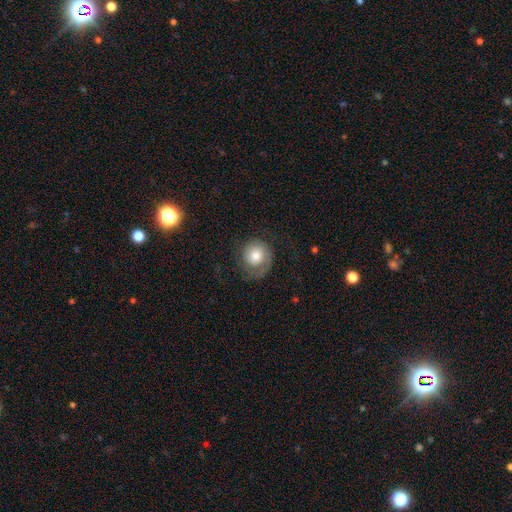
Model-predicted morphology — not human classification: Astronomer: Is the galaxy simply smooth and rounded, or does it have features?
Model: smooth — 49% (runner-up: featured or disk, 43%).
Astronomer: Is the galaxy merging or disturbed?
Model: none — 60%.